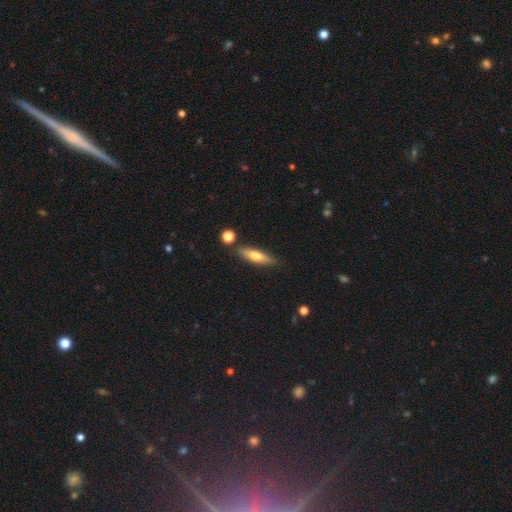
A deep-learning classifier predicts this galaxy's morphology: smooth_or_featured: smooth (p=0.62) [alt: featured or disk p=0.32]
how_rounded: cigar-shaped (p=0.66) [alt: in between p=0.31]
merging: none (p=0.81) [alt: minor disturbance p=0.11]